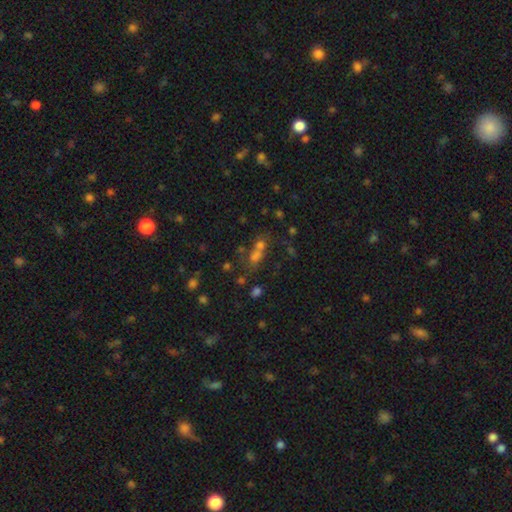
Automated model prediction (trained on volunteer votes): This is possibly a smooth galaxy (53%). How rounded: possibly round (48%). Merging: possibly merger (45%).